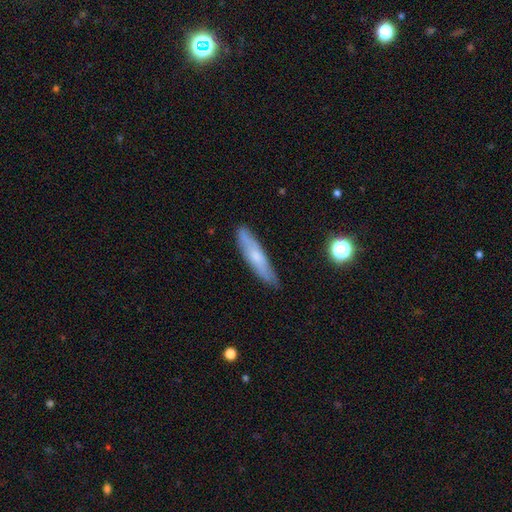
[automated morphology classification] type=smooth (58%); roundness=cigar-shaped (84%); merging=none (83%).